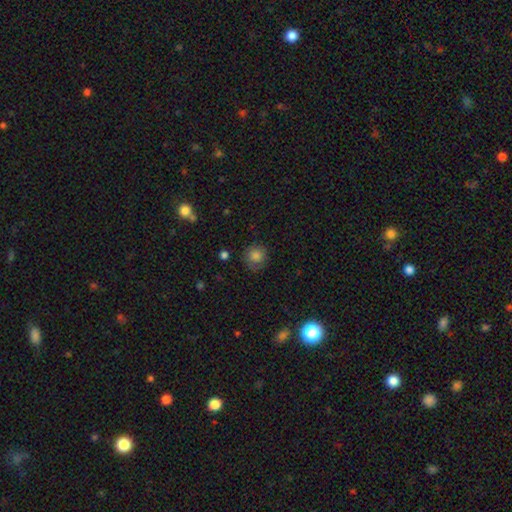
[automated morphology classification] This appears to be a smooth galaxy with no disk features (83%) that is round (89%). Merging: none (77%).